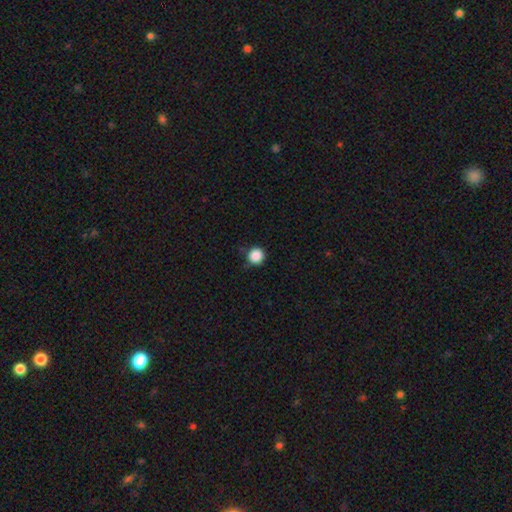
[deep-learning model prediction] The model was most divided on "merging": none: 86%, minor disturbance: 10%, major disturbance: 2%, merger: 1%. More confident: how rounded — round (96%); smooth or featured — smooth (87%).